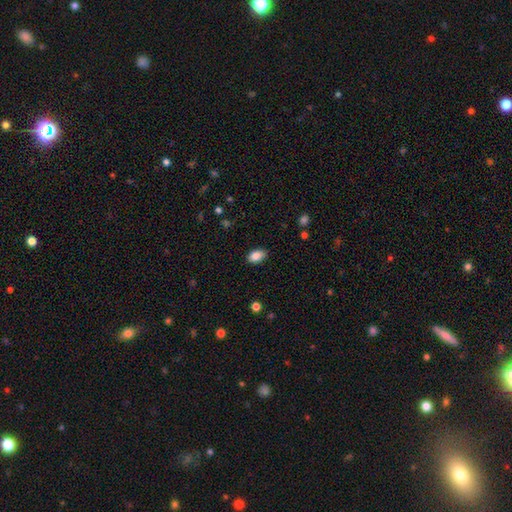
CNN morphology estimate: A smooth galaxy with no disk features (86%) that is in between round and cigar-shaped (90%).

Vote fractions:
- Smooth or featured? smooth: 86% / star or artifact: 8% / featured or disk: 6%
- How rounded? in between: 90% / round: 9% / cigar-shaped: 2%
- Merging? none: 84% / minor disturbance: 13% / major disturbance: 2% / merger: 1%